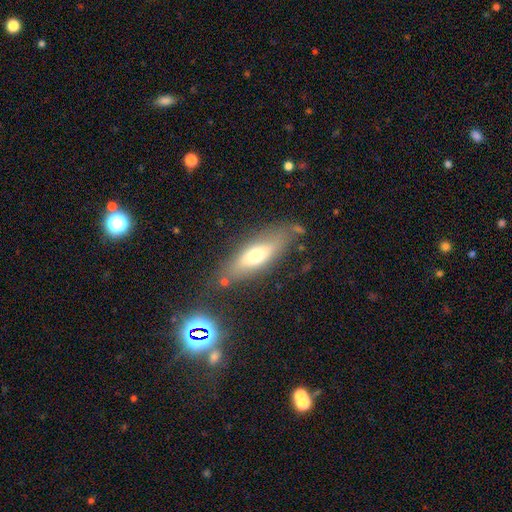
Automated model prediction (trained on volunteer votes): smooth_or_featured: smooth (p=0.58) [alt: featured or disk p=0.34]
how_rounded: in between (p=0.55) [alt: cigar-shaped p=0.42]
merging: none (p=0.72) [alt: minor disturbance p=0.17]